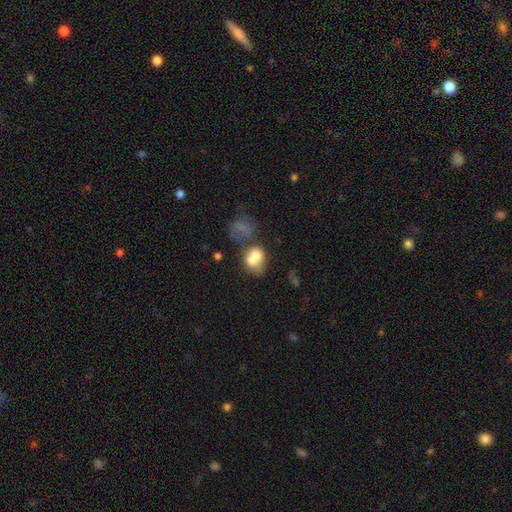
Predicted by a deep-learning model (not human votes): smooth_or_featured: smooth (p=0.65) [alt: featured or disk p=0.25]
how_rounded: round (p=0.50) [alt: in between p=0.49]
merging: merger (p=0.64) [alt: none p=0.19]